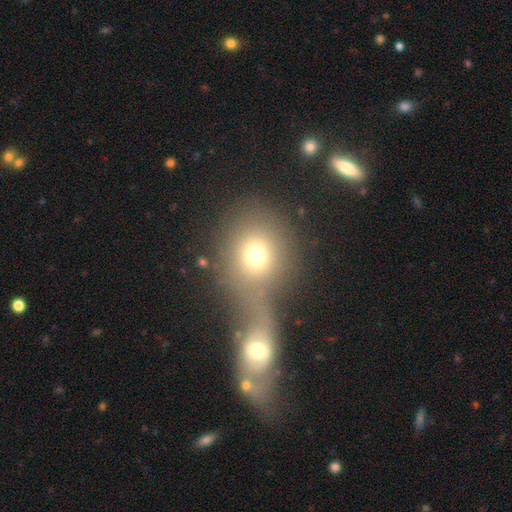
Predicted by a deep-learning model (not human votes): Morphology: type=smooth (70%); roundness=round (72%); merging=merger (59%).